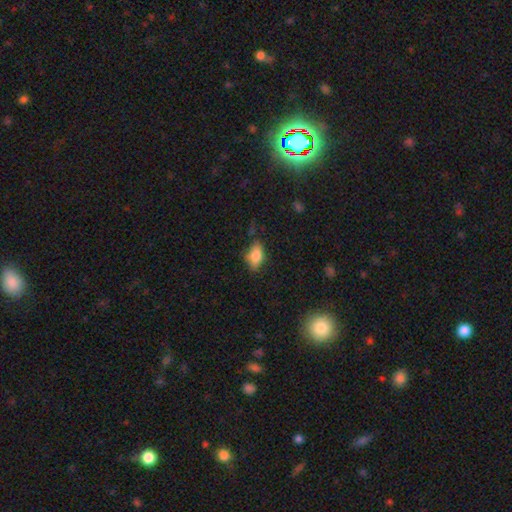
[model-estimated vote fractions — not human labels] This appears to be a smooth galaxy with no disk features (78%) that is in between round and cigar-shaped (86%). Merging: none (69%).